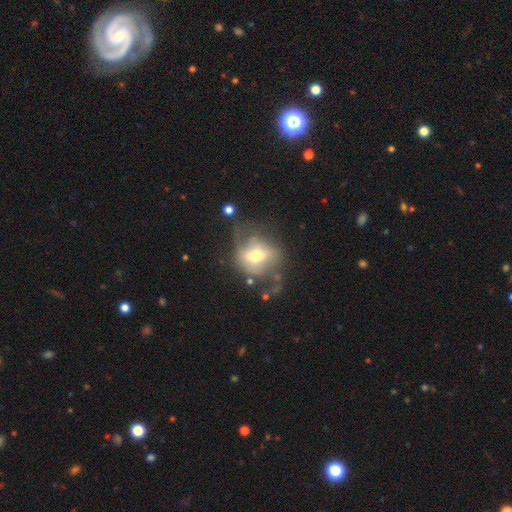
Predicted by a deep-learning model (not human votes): featured or disk 53%, smooth 38%, star or artifact 9%. Down the decision tree: edge-on disk — no (89%); merging — none (40%).